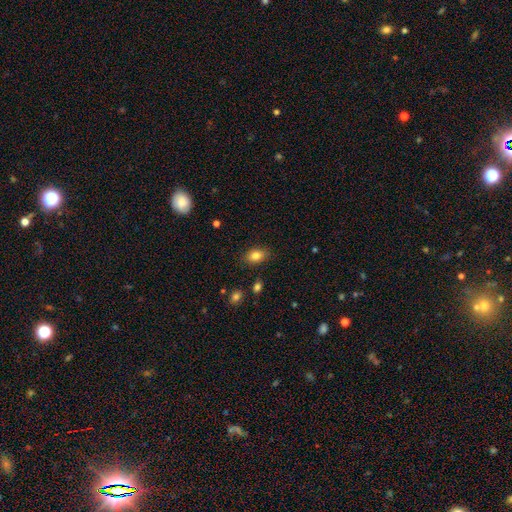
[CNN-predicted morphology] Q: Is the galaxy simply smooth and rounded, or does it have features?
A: smooth — 83%.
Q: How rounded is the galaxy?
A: in between — 83%.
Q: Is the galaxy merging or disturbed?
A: none — 85%.